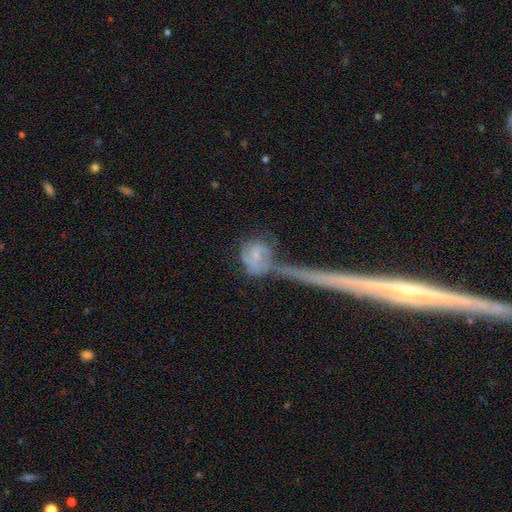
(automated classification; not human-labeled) Q: Smooth or featured?
A: featured or disk (67%); runner-up: smooth (25%)
Q: Edge-on disk?
A: no (90%); runner-up: yes (10%)
Q: Bar?
A: no (49%); runner-up: weak (38%)
Q: Spiral arms?
A: yes (77%); runner-up: no (23%)
Q: Bulge size?
A: small (47%); runner-up: none (26%)
Q: Merging?
A: none (38%); runner-up: merger (31%)